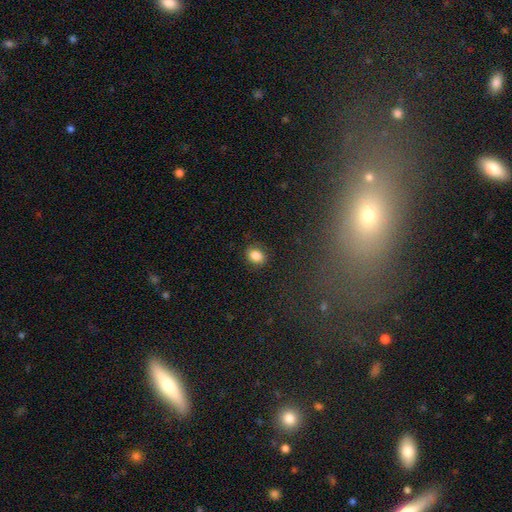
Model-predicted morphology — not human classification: Smooth or featured?
  - smooth: 85% *
  - star or artifact: 10%
  - featured or disk: 5%
How rounded?
  - in between: 57% *
  - round: 42%
  - cigar-shaped: 1%
Merging?
  - none: 84% *
  - minor disturbance: 11%
  - major disturbance: 3%
  - merger: 1%